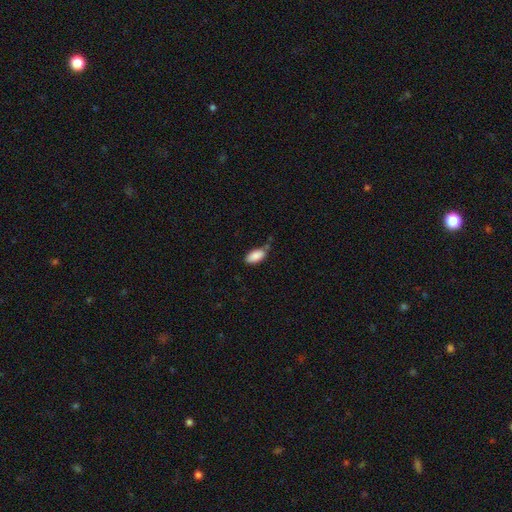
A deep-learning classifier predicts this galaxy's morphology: This is clearly a smooth galaxy (89%). How rounded: clearly in between (93%). Merging: likely none (63%).